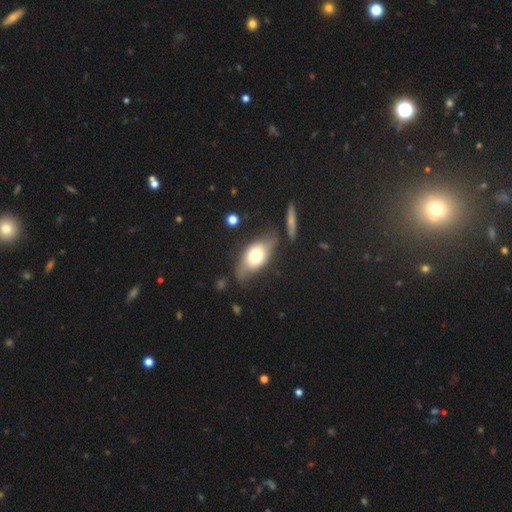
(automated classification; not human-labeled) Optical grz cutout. It shows a smooth galaxy with no disk features (59%) that is in between round and cigar-shaped (86%). Merging: none (57%).